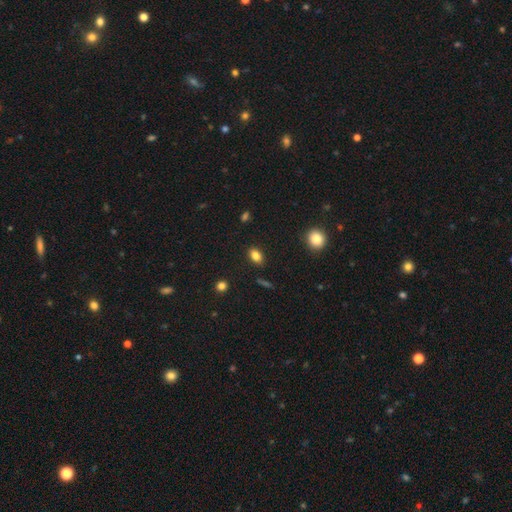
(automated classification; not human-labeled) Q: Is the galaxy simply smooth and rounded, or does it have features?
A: smooth — 81%.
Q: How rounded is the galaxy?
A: in between — 80%.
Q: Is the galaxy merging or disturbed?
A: none — 86%.